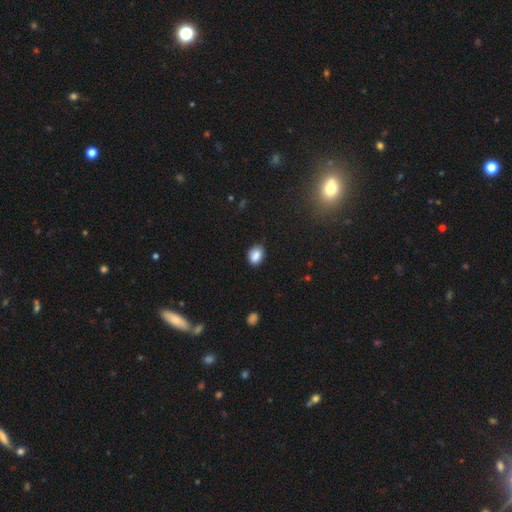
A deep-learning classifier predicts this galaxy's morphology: Smooth or featured: smooth — 86% (star or artifact — 9%)
How rounded: in between — 65% (round — 34%)
Merging: none — 79% (minor disturbance — 17%)